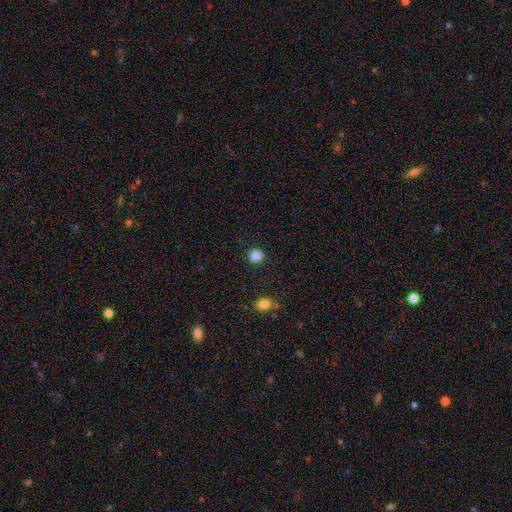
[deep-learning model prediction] Smooth or featured? smooth (85%)
How rounded? round (91%)
Merging? none (91%)